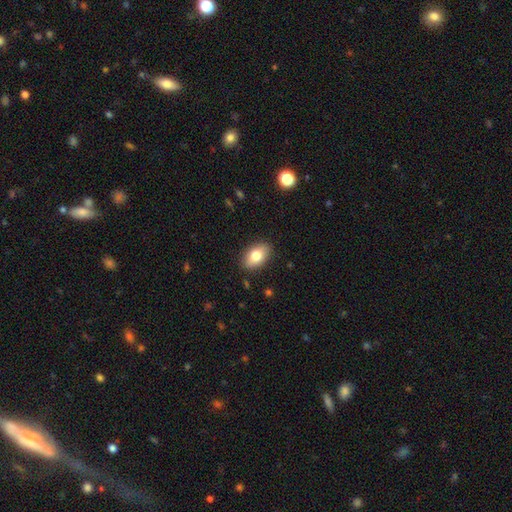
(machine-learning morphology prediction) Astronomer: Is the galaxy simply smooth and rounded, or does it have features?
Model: smooth — 79%.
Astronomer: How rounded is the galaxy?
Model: in between — 89%.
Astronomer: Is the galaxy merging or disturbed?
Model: none — 88%.